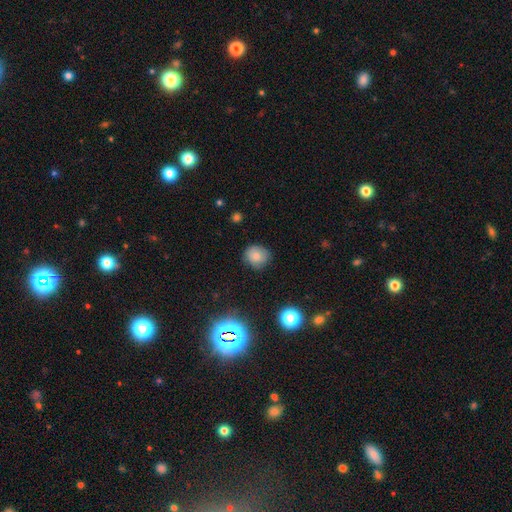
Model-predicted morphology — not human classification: Overall: smooth (77%). How rounded: round (79%). Merging: none (77%).